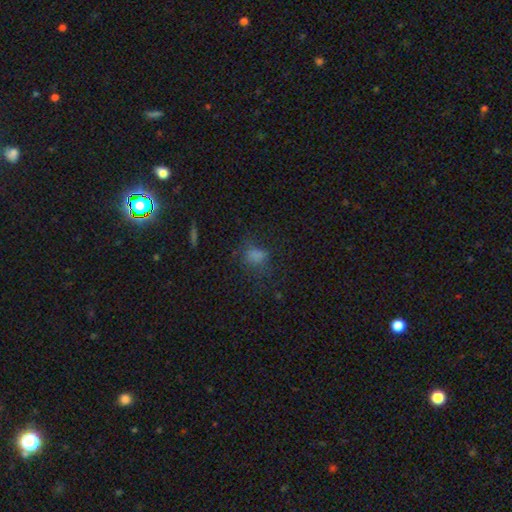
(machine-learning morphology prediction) Q: Smooth or featured?
A: smooth (68%); runner-up: star or artifact (21%)
Q: How rounded?
A: in between (58%); runner-up: round (40%)
Q: Merging?
A: none (54%); runner-up: minor disturbance (22%)